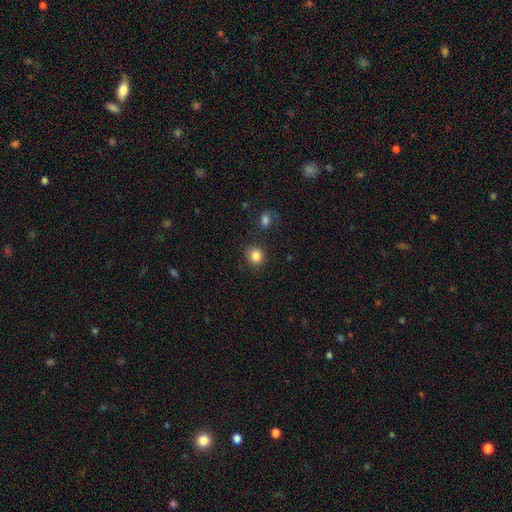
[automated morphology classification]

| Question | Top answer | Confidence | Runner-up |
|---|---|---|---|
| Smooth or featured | smooth | 85% | star or artifact (10%) |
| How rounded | round | 82% | in between (17%) |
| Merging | none | 84% | minor disturbance (9%) |